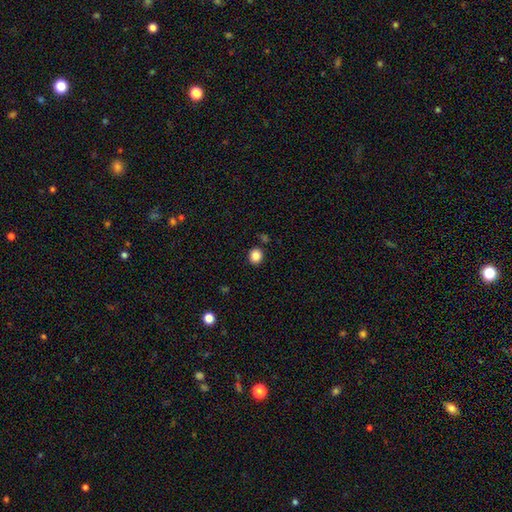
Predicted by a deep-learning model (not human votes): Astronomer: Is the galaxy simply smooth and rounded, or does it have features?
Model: smooth — 86%.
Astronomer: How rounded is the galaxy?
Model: round — 77%.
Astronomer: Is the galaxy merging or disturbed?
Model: none — 87%.